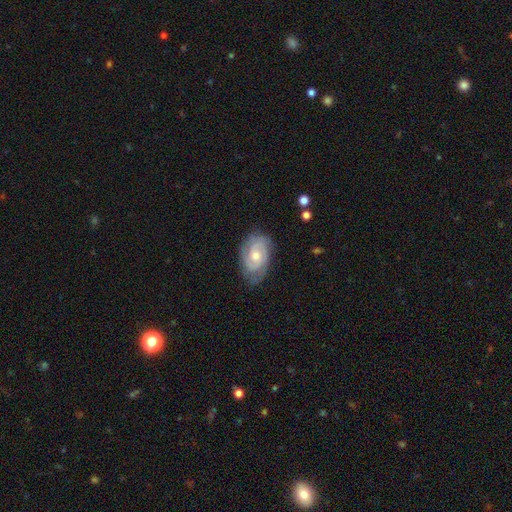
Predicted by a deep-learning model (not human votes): Smooth or featured?
  - featured or disk: 80% *
  - smooth: 14%
  - star or artifact: 6%
Edge-on disk?
  - no: 97% *
  - yes: 3%
Bar?
  - no: 65% *
  - weak: 30%
  - strong: 5%
Spiral arms?
  - yes: 94% *
  - no: 6%
Spiral winding?
  - tight: 63% *
  - medium: 31%
  - loose: 7%
Spiral arm count?
  - 2: 48% *
  - can't tell: 22%
  - 3: 20%
  - 4: 4%
  - 1: 4%
  - more than 4: 3%
Bulge size?
  - moderate: 60% *
  - small: 36%
  - large: 2%
  - none: 1%
  - dominant: 1%
Merging?
  - none: 76% *
  - minor disturbance: 18%
  - major disturbance: 5%
  - merger: 1%